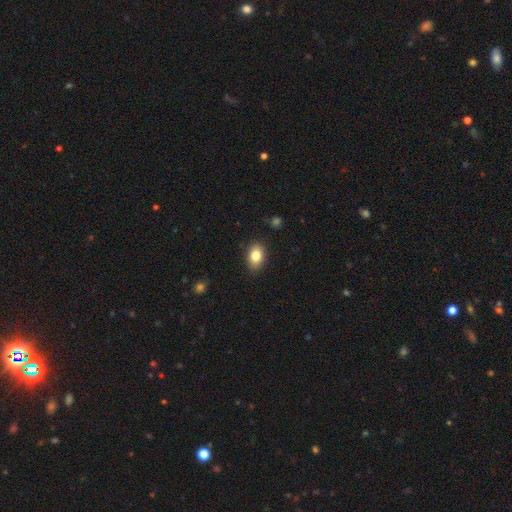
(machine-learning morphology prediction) Smooth or featured? smooth (84%)
How rounded? in between (84%)
Merging? none (86%)